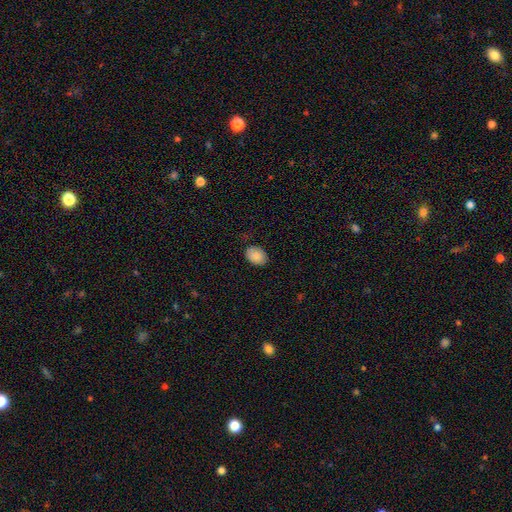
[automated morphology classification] smooth 86%, star or artifact 7%, featured or disk 6%. Down the decision tree: how rounded — in between (72%); merging — none (80%).